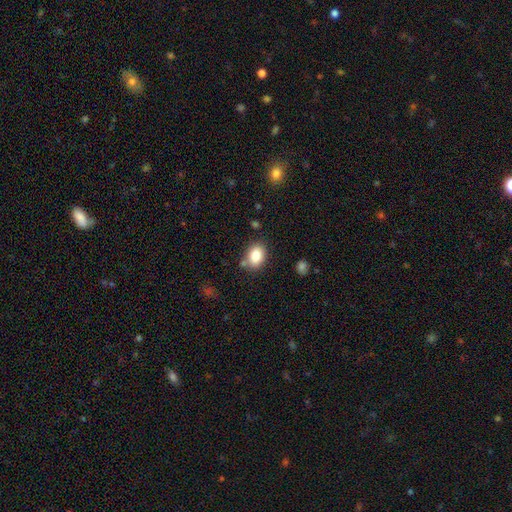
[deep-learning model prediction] Overall: smooth (84%). How rounded: in between (74%). Merging: none (74%).